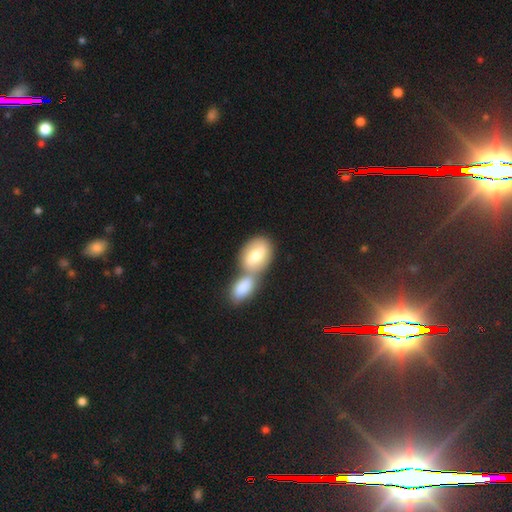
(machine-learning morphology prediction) The model was most divided on "merging": merger: 59%, none: 30%, minor disturbance: 8%, major disturbance: 3%. More confident: how rounded — in between (83%); smooth or featured — smooth (66%).